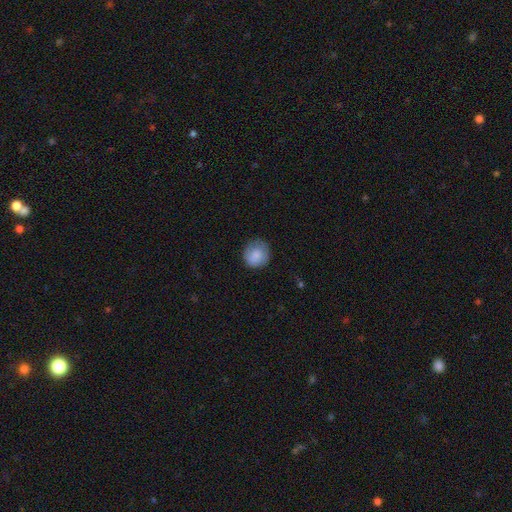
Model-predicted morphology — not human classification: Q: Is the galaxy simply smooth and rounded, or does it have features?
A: smooth — 85%.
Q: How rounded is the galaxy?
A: round — 88%.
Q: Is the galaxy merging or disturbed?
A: none — 78%.